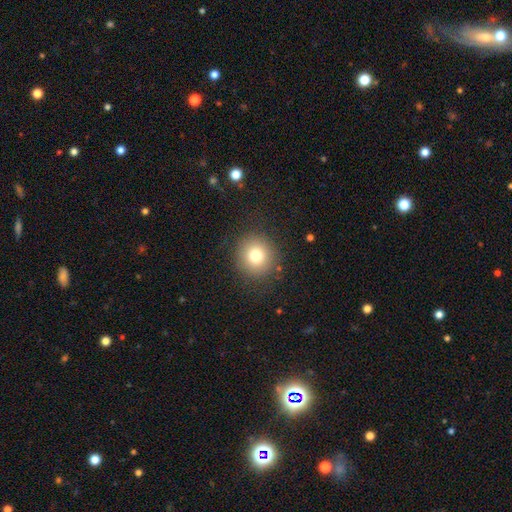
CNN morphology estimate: This is likely a smooth galaxy (78%). How rounded: clearly round (91%). Merging: clearly none (87%).